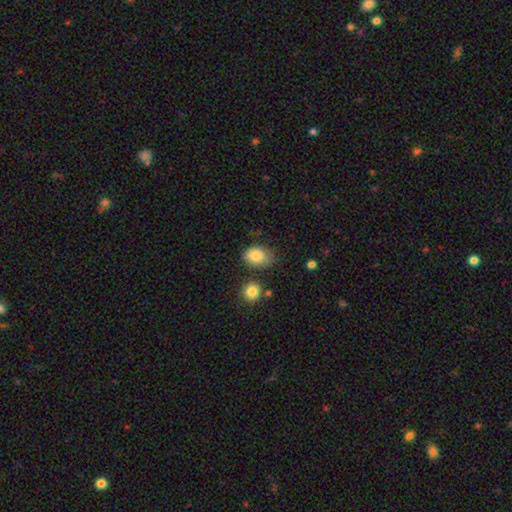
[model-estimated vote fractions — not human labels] smooth-or-featured: smooth: 85% | star or artifact: 8% | featured or disk: 7%
  how-rounded: in between: 73% | round: 26% | cigar-shaped: 1%
  merging: none: 64% | minor disturbance: 25% | major disturbance: 6% | merger: 6%